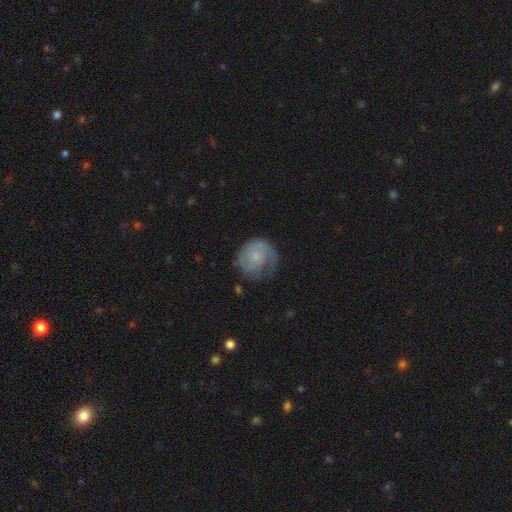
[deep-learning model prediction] Smooth or featured: featured or disk — 50% (smooth — 43%)
Edge-on disk: no — 98% (yes — 2%)
Merging: none — 55% (minor disturbance — 26%)